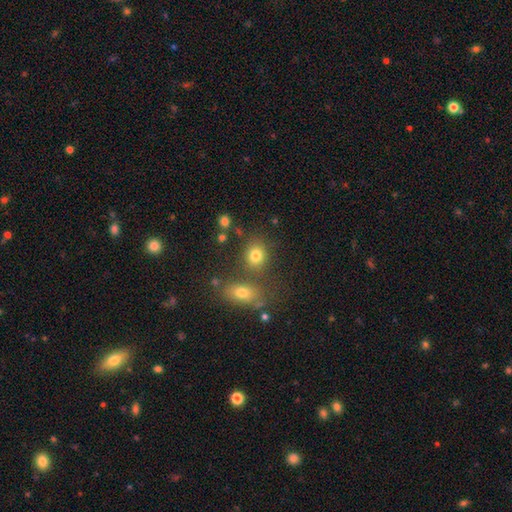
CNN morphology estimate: Smooth or featured?
  - smooth: 78% *
  - star or artifact: 14%
  - featured or disk: 8%
How rounded?
  - round: 58% *
  - in between: 41%
  - cigar-shaped: 2%
Merging?
  - none: 68% *
  - merger: 16%
  - minor disturbance: 11%
  - major disturbance: 5%